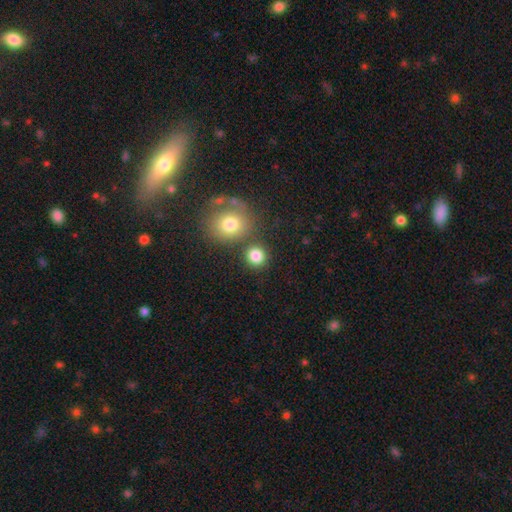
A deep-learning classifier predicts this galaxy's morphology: Q: Smooth or featured?
A: smooth (84%); runner-up: star or artifact (10%)
Q: How rounded?
A: round (88%); runner-up: in between (11%)
Q: Merging?
A: none (72%); runner-up: merger (16%)